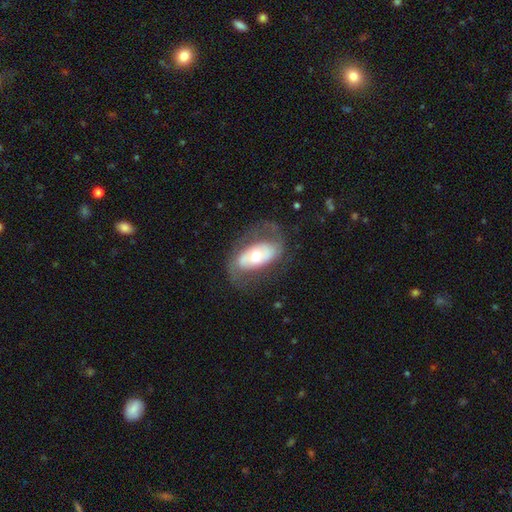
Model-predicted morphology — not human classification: A featured or disk galaxy (65%) with no bar (65%), spiral arms (61%) and a moderate central bulge (66%).

Vote fractions:
- Smooth or featured? featured or disk: 65% / smooth: 29% / star or artifact: 6%
- Edge-on disk? no: 92% / yes: 8%
- Bar? no: 65% / weak: 21% / strong: 14%
- Spiral arms? yes: 61% / no: 39%
- Bulge size? moderate: 66% / small: 20% / large: 11% / dominant: 2% / none: 1%
- Merging? none: 65% / minor disturbance: 18% / major disturbance: 15% / merger: 2%